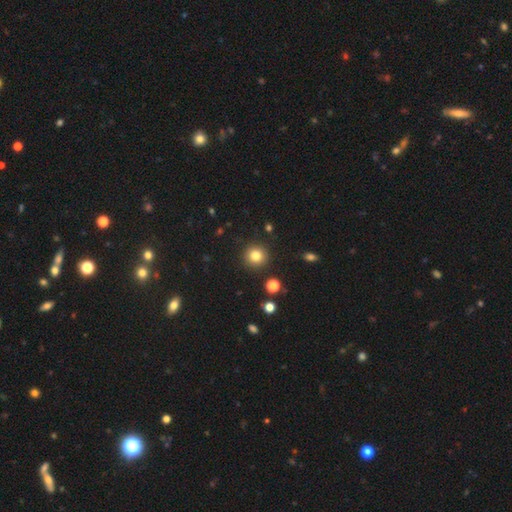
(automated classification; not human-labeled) Smooth or featured: smooth — 81% (star or artifact — 12%)
How rounded: round — 94% (in between — 5%)
Merging: none — 91% (minor disturbance — 6%)